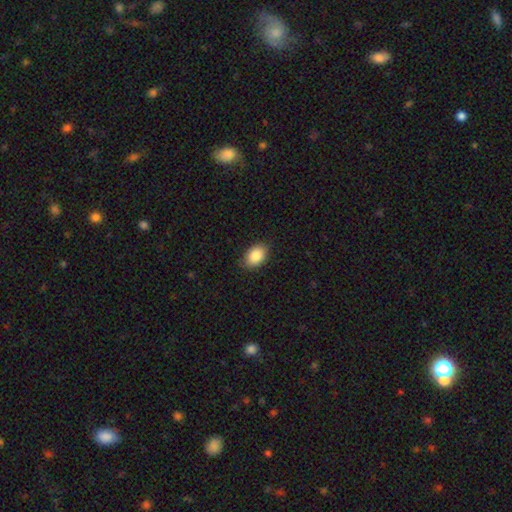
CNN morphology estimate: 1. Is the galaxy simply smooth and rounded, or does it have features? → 88% smooth, 7% star or artifact, 5% featured or disk.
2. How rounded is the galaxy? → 86% in between, 13% round, 1% cigar-shaped.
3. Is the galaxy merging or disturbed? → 86% none, 11% minor disturbance, 2% major disturbance, 1% merger.